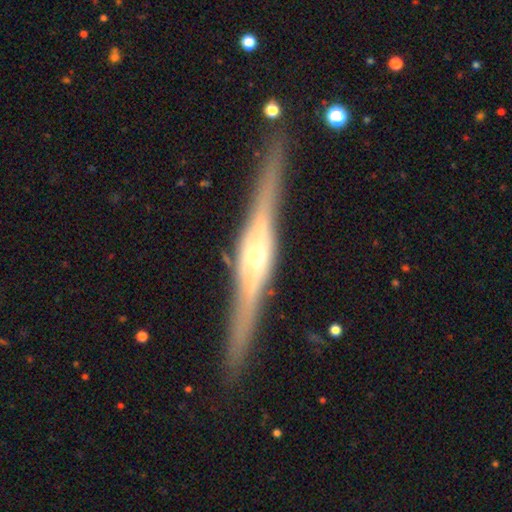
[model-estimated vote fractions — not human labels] The model was most divided on "smooth or featured": featured or disk: 78%, smooth: 16%, star or artifact: 6%. More confident: edge-on disk — yes (96%); edge-on bulge — rounded (90%); merging — none (84%).